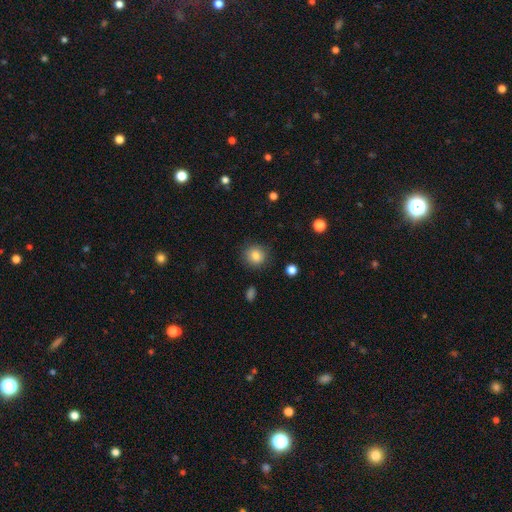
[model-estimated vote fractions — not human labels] smooth_or_featured: smooth (p=0.83) [alt: star or artifact p=0.10]
how_rounded: round (p=0.90) [alt: in between p=0.10]
merging: none (p=0.88) [alt: minor disturbance p=0.08]